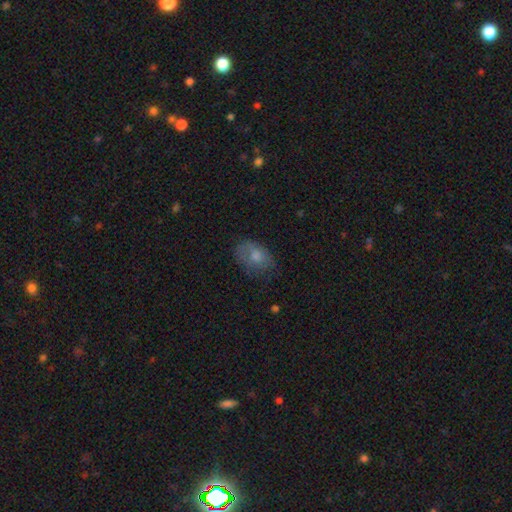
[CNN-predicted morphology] smooth_or_featured: smooth (p=0.66) [alt: featured or disk p=0.23]
how_rounded: in between (p=0.80) [alt: round p=0.19]
merging: none (p=0.65) [alt: minor disturbance p=0.25]